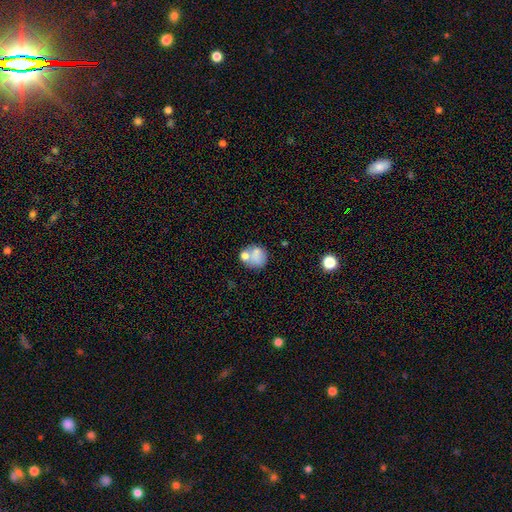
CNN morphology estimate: smooth-or-featured: smooth: 71% | featured or disk: 18% | star or artifact: 10%
  how-rounded: round: 79% | in between: 20% | cigar-shaped: 1%
  merging: none: 52% | merger: 27% | minor disturbance: 14% | major disturbance: 7%